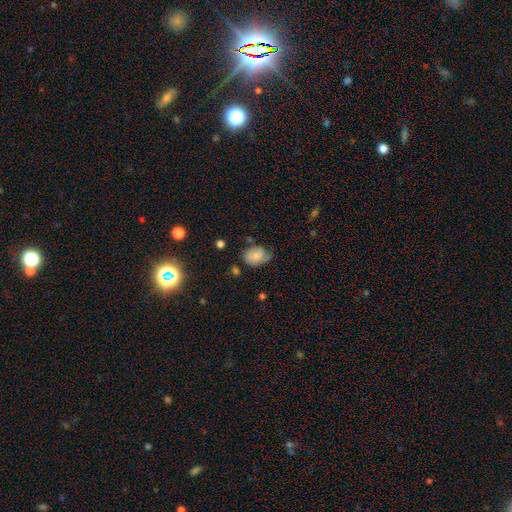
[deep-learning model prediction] This is likely a smooth galaxy (63%). How rounded: likely in between (72%). Merging: possibly none (48%).